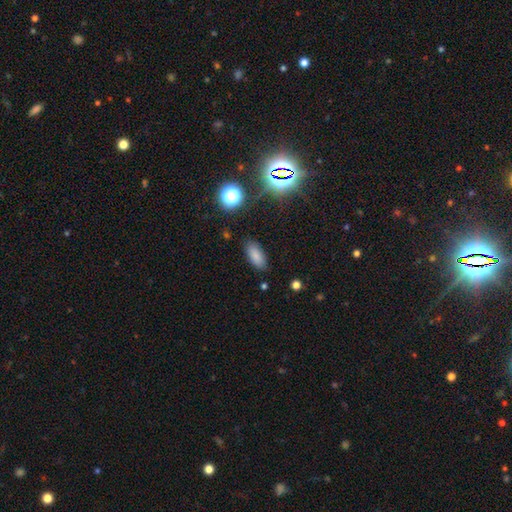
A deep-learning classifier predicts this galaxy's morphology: This is clearly a smooth galaxy (81%). How rounded: clearly in between (85%). Merging: clearly none (84%).